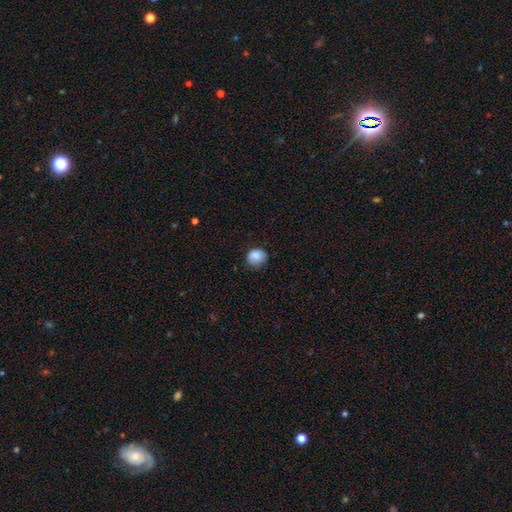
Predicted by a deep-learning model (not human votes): Smooth or featured? smooth (85%)
How rounded? round (72%)
Merging? none (65%)